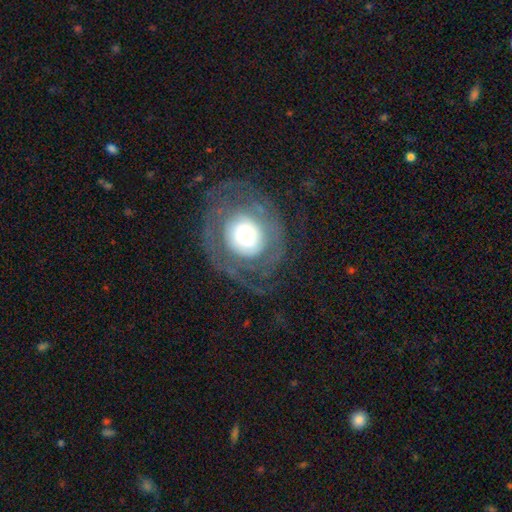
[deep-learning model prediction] This is likely a featured or disk galaxy (66%). It is clearly not viewed edge-on (96%). Bar: clearly no (83%). Spiral arm pattern: possibly yes (59%). Central bulge: possibly large (46%). Merging: likely none (74%).